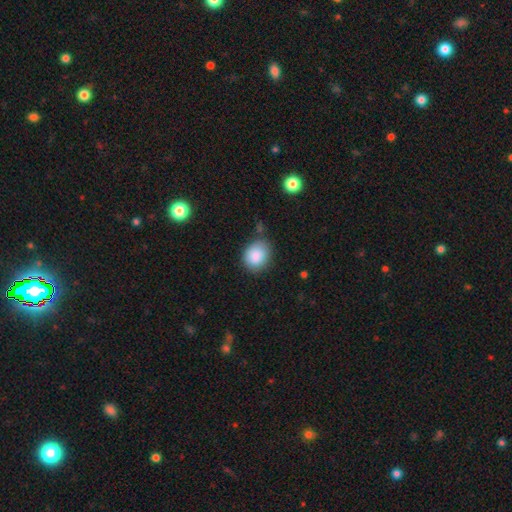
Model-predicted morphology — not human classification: This is clearly a smooth galaxy (87%). How rounded: possibly round (53%). Merging: likely none (72%).